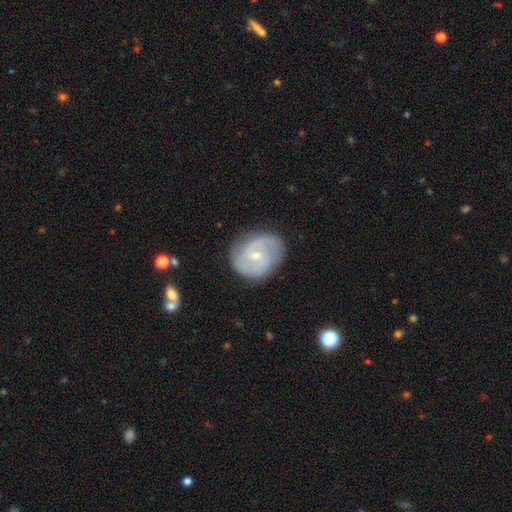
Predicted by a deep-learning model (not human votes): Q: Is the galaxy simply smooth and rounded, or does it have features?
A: featured or disk — 79%.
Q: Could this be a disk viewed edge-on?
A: no — 97%.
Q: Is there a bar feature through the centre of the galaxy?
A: weak — 45%, tied with no.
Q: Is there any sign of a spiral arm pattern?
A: yes — 93%.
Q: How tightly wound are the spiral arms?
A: medium — 47%.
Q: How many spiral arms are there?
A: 2 — 73%.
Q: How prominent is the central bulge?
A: small — 64%.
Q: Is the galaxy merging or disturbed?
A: none — 79%.